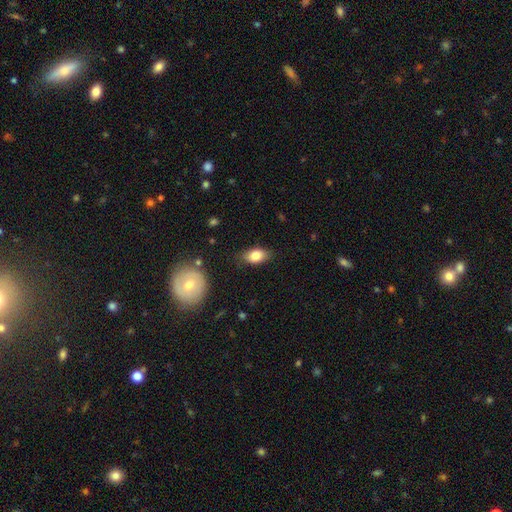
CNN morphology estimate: Smooth or featured? Predicted: smooth (p=0.80). How rounded? Predicted: in between (p=0.88). Merging? Predicted: none (p=0.81).